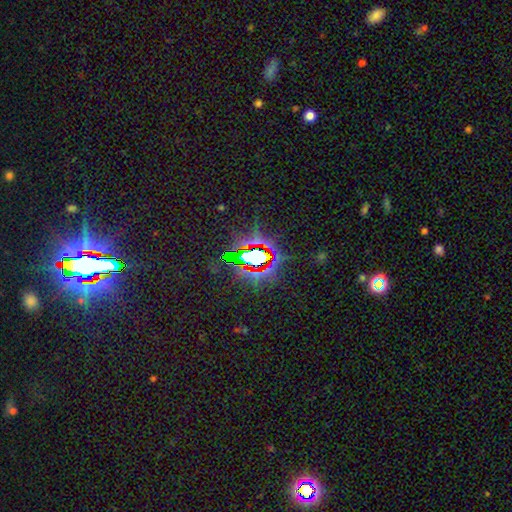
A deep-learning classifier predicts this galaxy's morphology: type=star or artifact (75%).